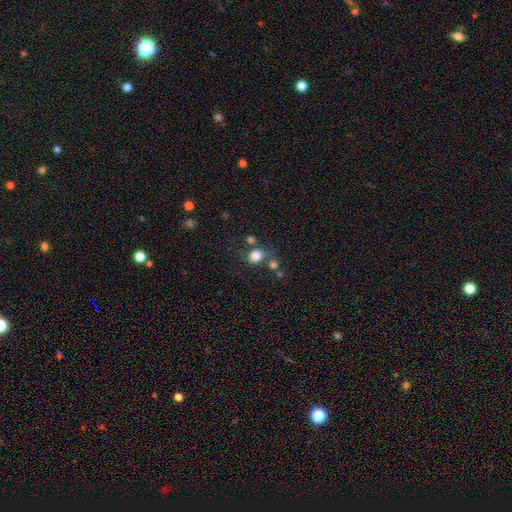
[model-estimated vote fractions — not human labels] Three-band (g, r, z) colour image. It shows a smooth galaxy with no disk features (80%) that is round (69%). Merging: none (61%).